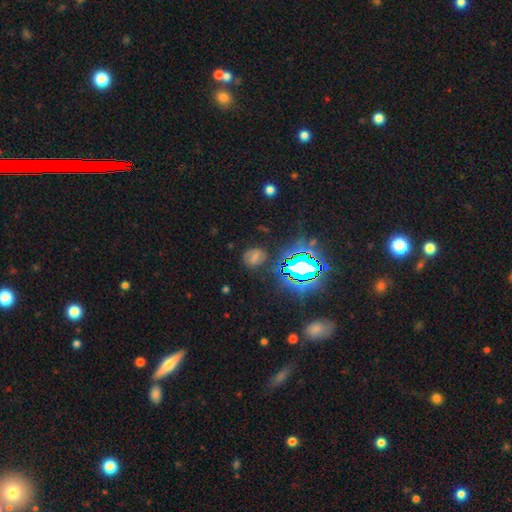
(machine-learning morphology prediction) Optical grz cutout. It shows a star or artifact, not a galaxy (48%).